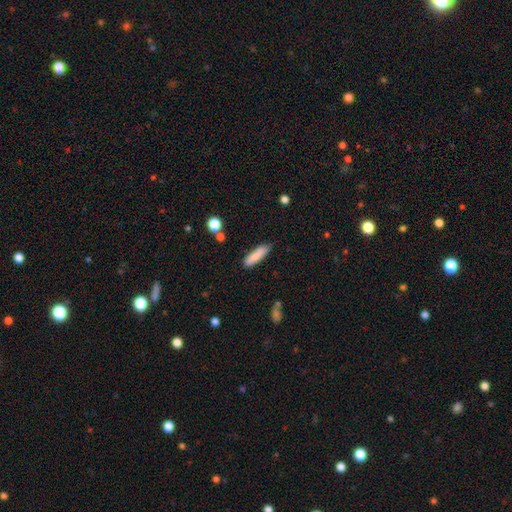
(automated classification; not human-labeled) smooth-or-featured: smooth: 83% | featured or disk: 10% | star or artifact: 7%
  how-rounded: cigar-shaped: 67% | in between: 32% | round: 2%
  merging: none: 78% | minor disturbance: 16% | major disturbance: 3% | merger: 3%